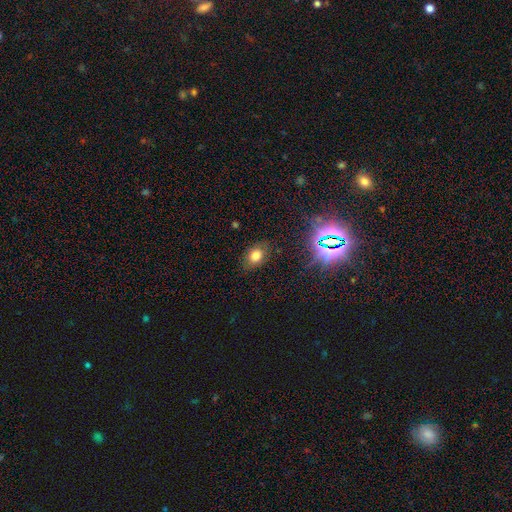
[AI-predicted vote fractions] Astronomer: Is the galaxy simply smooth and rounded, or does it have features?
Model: smooth — 73%.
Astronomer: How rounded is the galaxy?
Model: in between — 71%.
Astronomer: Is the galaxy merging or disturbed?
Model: none — 81%.